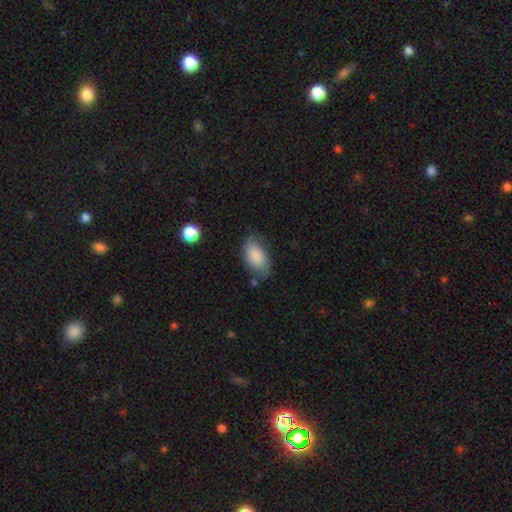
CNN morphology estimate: This appears to be a smooth galaxy with no disk features (79%) that is in between round and cigar-shaped (94%). Merging: none (63%).